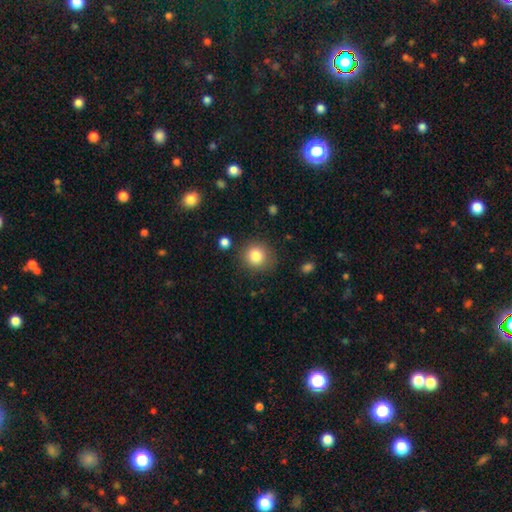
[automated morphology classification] The model was most divided on "smooth or featured": smooth: 83%, star or artifact: 11%, featured or disk: 7%. More confident: how rounded — round (90%); merging — none (84%).